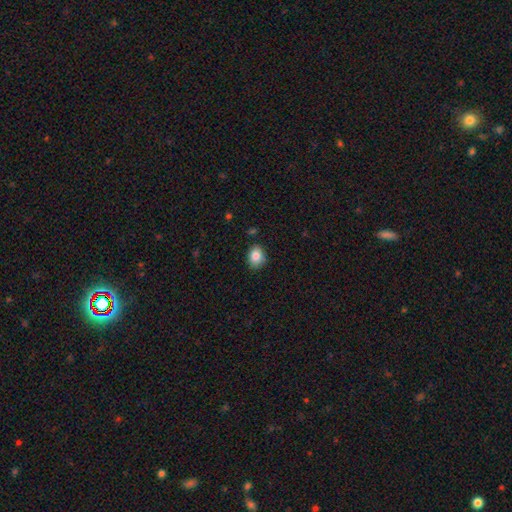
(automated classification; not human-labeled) This appears to be a smooth galaxy with no disk features (85%) that is in between round and cigar-shaped (56%). Merging: none (83%).